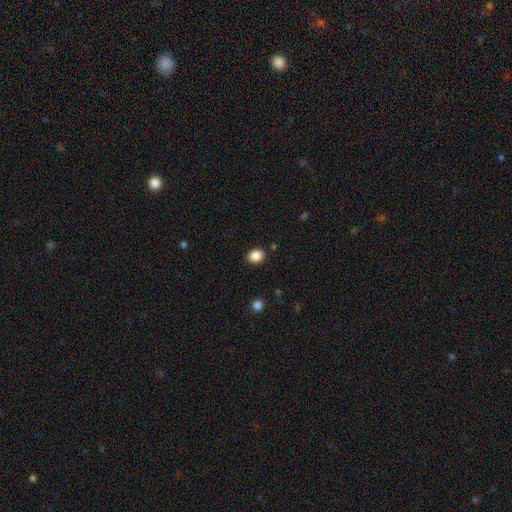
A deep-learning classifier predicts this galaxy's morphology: type=smooth (87%); roundness=in between (50%); merging=none (87%).